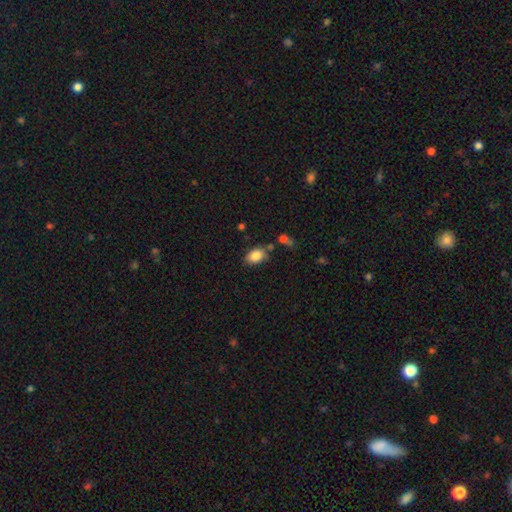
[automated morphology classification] smooth-or-featured: smooth: 85% | star or artifact: 8% | featured or disk: 6%
  how-rounded: in between: 84% | round: 14% | cigar-shaped: 1%
  merging: none: 72% | minor disturbance: 17% | merger: 7% | major disturbance: 4%